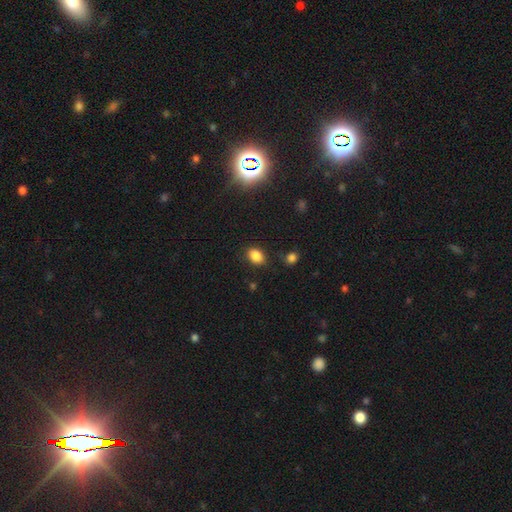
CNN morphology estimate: type=smooth (85%); roundness=in between (78%); merging=none (82%).